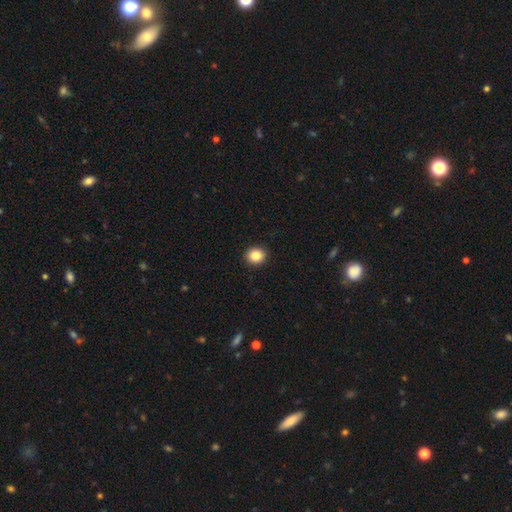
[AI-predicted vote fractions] smooth-or-featured: smooth: 86% | star or artifact: 10% | featured or disk: 5%
  how-rounded: round: 85% | in between: 14% | cigar-shaped: 1%
  merging: none: 93% | minor disturbance: 5% | major disturbance: 1% | merger: 1%